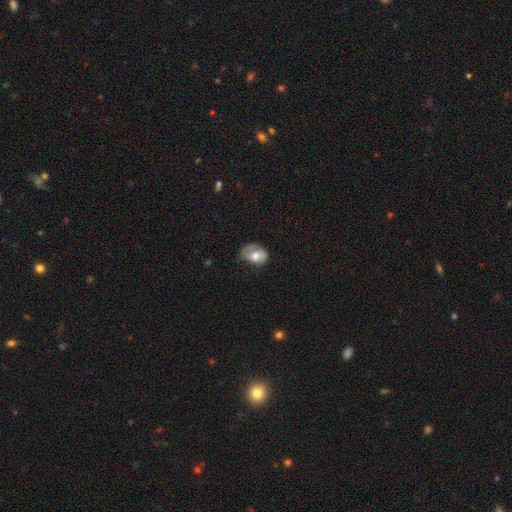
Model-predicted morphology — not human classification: A smooth galaxy with no disk features (64%) that is in between round and cigar-shaped (71%).

Vote fractions:
- Smooth or featured? smooth: 64% / featured or disk: 28% / star or artifact: 7%
- How rounded? in between: 71% / round: 28% / cigar-shaped: 1%
- Merging? minor disturbance: 38% / none: 32% / major disturbance: 27% / merger: 2%